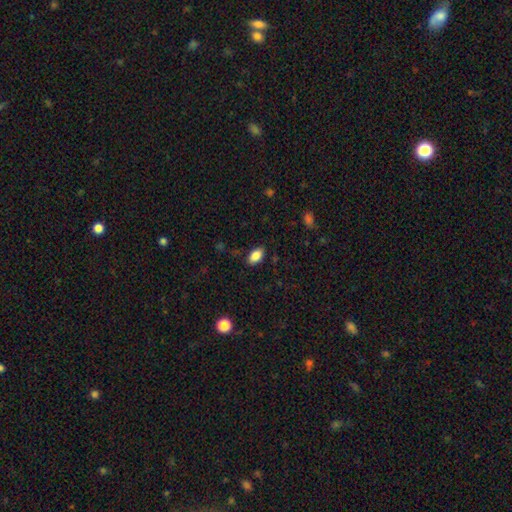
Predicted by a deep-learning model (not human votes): This is clearly a smooth galaxy (86%). How rounded: clearly in between (92%). Merging: clearly none (84%).